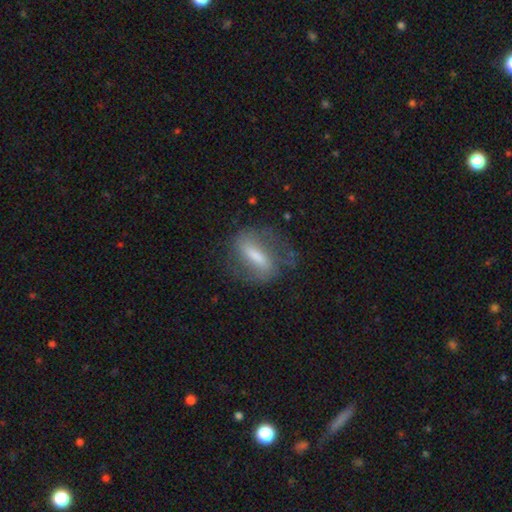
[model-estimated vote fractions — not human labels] smooth-or-featured: featured or disk: 57% | smooth: 34% | star or artifact: 9%
  disk-edge-on: no: 86% | yes: 14%
  merging: none: 64% | minor disturbance: 20% | major disturbance: 14% | merger: 2%